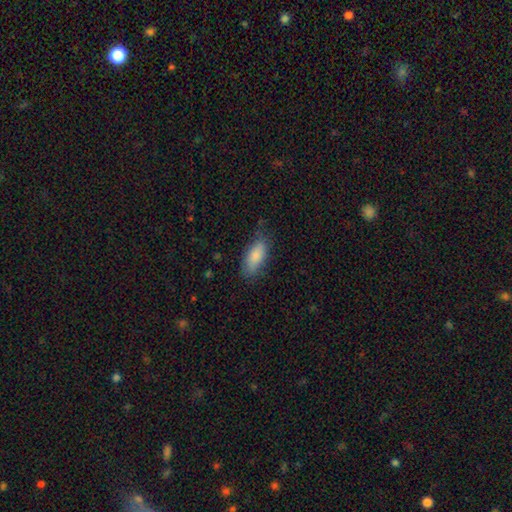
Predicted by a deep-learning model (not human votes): Smooth or featured?
  - smooth: 84% *
  - featured or disk: 9%
  - star or artifact: 6%
How rounded?
  - in between: 83% *
  - cigar-shaped: 15%
  - round: 2%
Merging?
  - none: 74% *
  - minor disturbance: 20%
  - major disturbance: 5%
  - merger: 1%